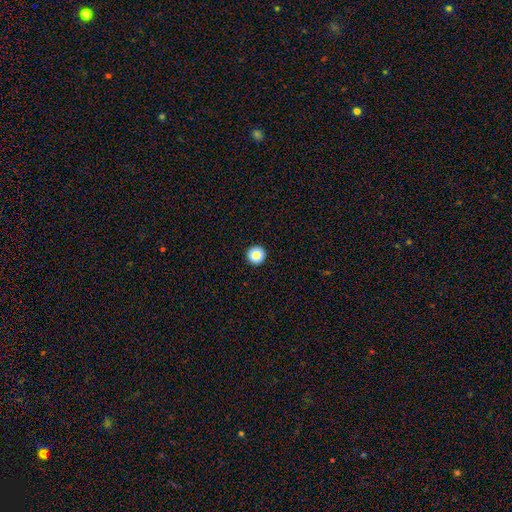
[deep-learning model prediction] A smooth galaxy with no disk features (87%) that is round (97%).

Vote fractions:
- Smooth or featured? smooth: 87% / star or artifact: 8% / featured or disk: 5%
- How rounded? round: 97% / in between: 2% / cigar-shaped: 1%
- Merging? none: 94% / minor disturbance: 4% / major disturbance: 1% / merger: 1%